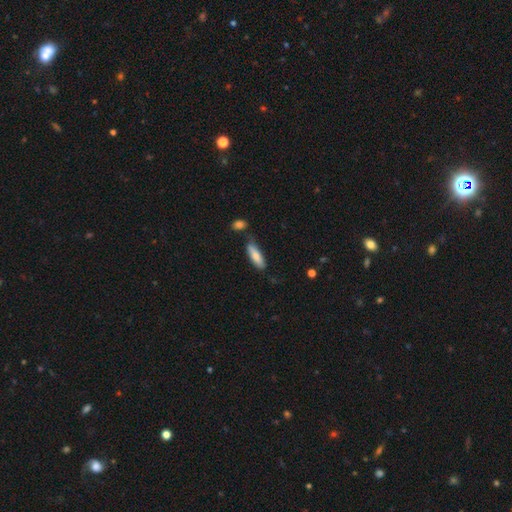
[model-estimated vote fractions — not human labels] Q: Smooth or featured?
A: smooth (79%); runner-up: featured or disk (15%)
Q: How rounded?
A: cigar-shaped (54%); runner-up: in between (45%)
Q: Merging?
A: none (68%); runner-up: minor disturbance (20%)